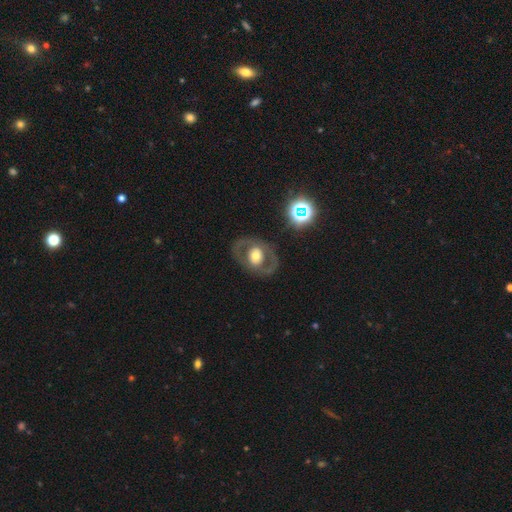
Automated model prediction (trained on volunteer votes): Smooth or featured: featured or disk — 60% (smooth — 31%)
Edge-on disk: no — 94% (yes — 6%)
Bar: no — 72% (weak — 18%)
Spiral arms: no — 71% (yes — 29%)
Bulge size: moderate — 51% (large — 34%)
Merging: none — 78% (minor disturbance — 11%)